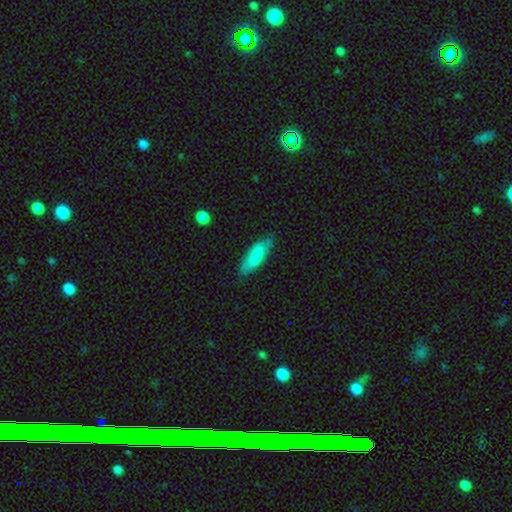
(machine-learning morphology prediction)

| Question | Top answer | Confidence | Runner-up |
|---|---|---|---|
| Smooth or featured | smooth | 82% | featured or disk (13%) |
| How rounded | in between | 57% | cigar-shaped (41%) |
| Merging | none | 74% | minor disturbance (21%) |